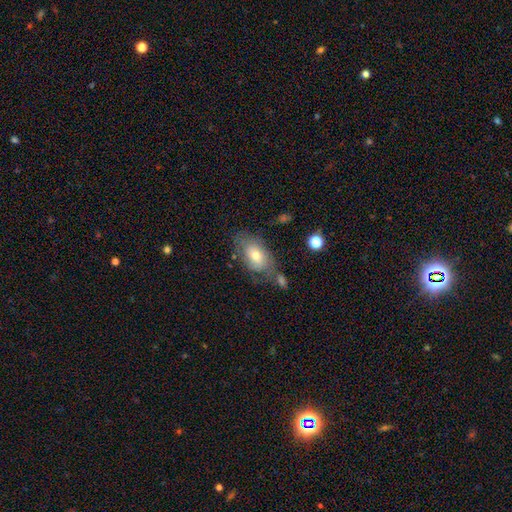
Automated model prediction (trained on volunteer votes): Overall: smooth (63%; featured or disk 29%). How rounded: in between (89%). Merging: none (56%; minor disturbance 24%).